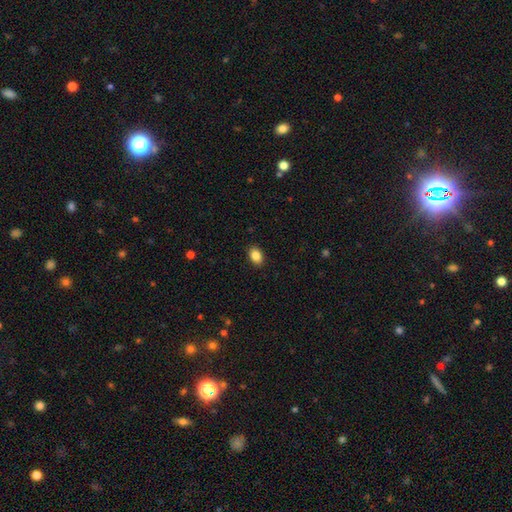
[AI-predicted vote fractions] Overall: smooth (88%). How rounded: in between (83%). Merging: none (90%).